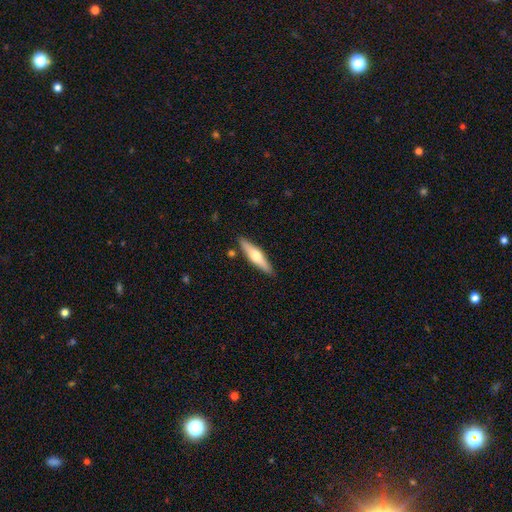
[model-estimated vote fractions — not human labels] Morphology: type=featured or disk (52%); edge-on=yes (94%); merging=none (87%).